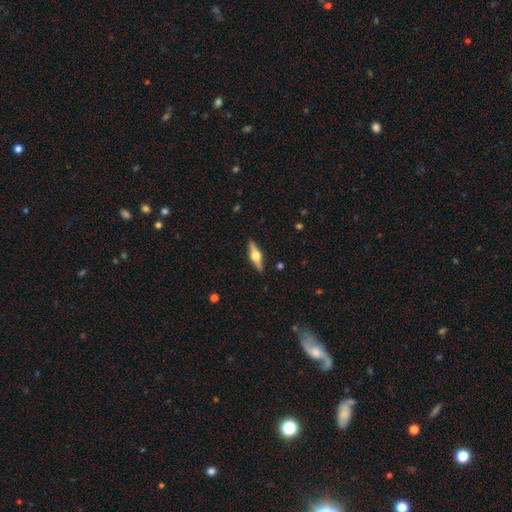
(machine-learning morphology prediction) Smooth or featured?
  - featured or disk: 72% *
  - smooth: 23%
  - star or artifact: 5%
Edge-on disk?
  - yes: 97% *
  - no: 3%
Edge-on bulge?
  - rounded: 95% *
  - boxy: 3%
  - none: 1%
Merging?
  - none: 90% *
  - minor disturbance: 7%
  - major disturbance: 2%
  - merger: 1%